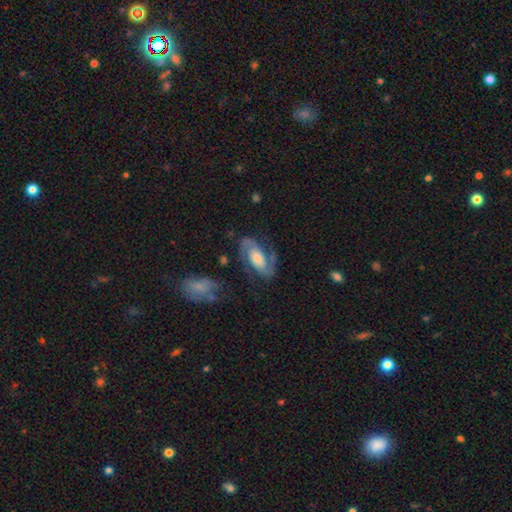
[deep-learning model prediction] Morphology: type=featured or disk (83%); edge-on=no (95%); bar=no (50%); spiral arms=yes (95%); winding=medium (51%); arm count=2 (90%); bulge=moderate (43%); merging=none (72%).